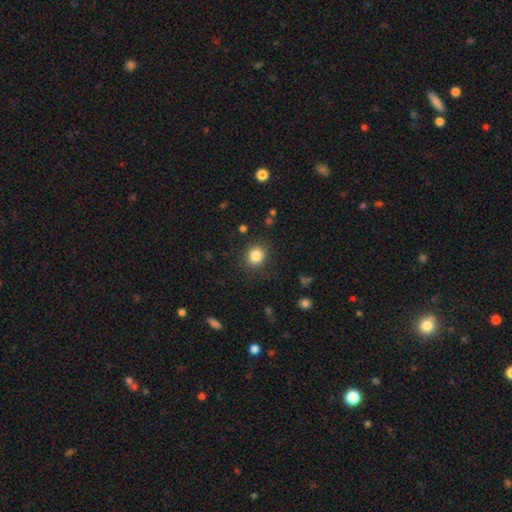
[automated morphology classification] Smooth or featured? smooth (84%)
How rounded? round (82%)
Merging? none (87%)